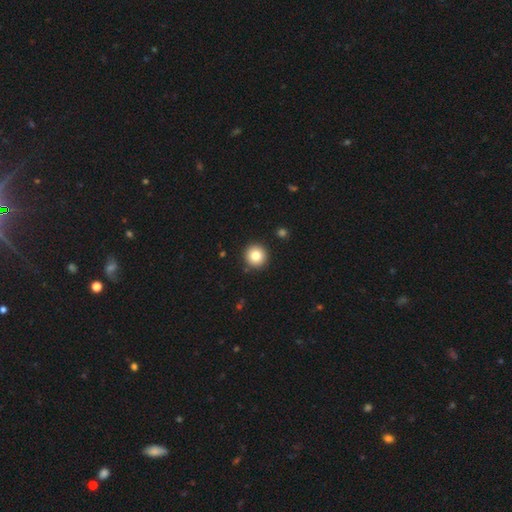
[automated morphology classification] This appears to be a smooth galaxy with no disk features (82%) that is round (95%). Merging: none (91%).